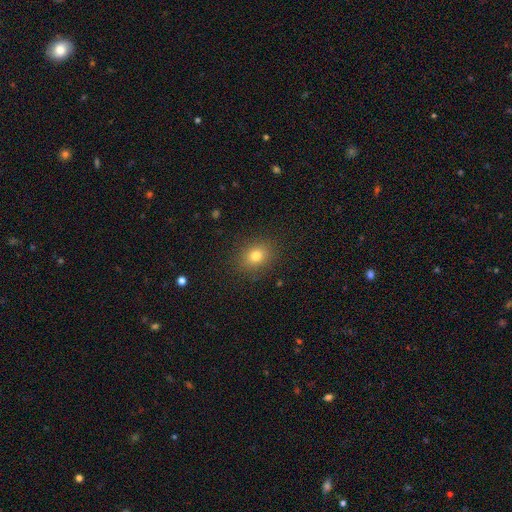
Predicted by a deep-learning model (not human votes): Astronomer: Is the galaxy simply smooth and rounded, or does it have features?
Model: smooth — 79%.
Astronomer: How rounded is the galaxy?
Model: round — 51% (runner-up: in between, 48%).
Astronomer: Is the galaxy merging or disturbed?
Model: none — 88%.